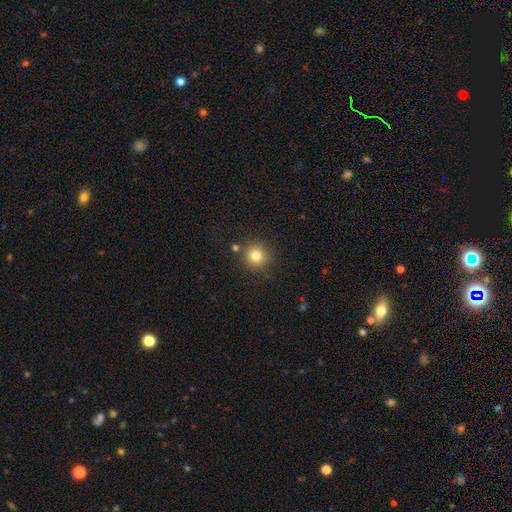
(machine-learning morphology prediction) smooth 80%, star or artifact 13%, featured or disk 7%. Down the decision tree: how rounded — round (94%); merging — none (85%).